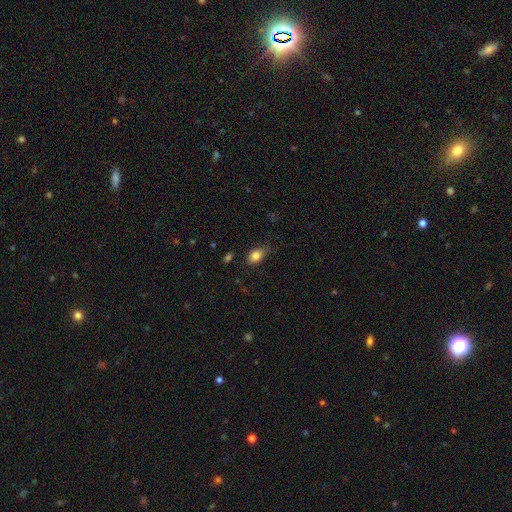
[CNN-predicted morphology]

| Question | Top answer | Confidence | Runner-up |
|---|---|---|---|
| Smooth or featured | smooth | 83% | star or artifact (9%) |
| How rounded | in between | 85% | round (13%) |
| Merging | none | 75% | minor disturbance (19%) |